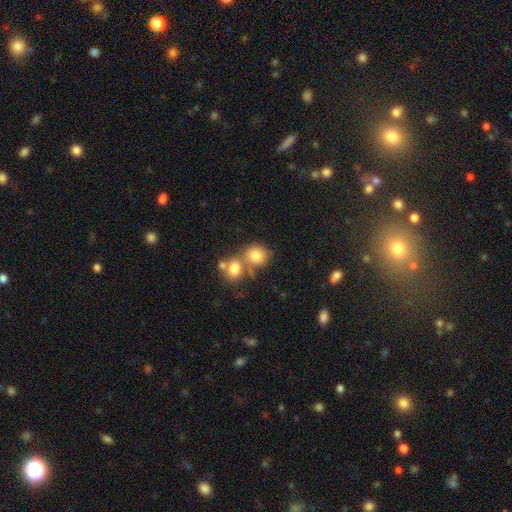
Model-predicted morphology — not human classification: The model was most divided on "merging": merger: 48%, none: 38%, minor disturbance: 9%, major disturbance: 5%. More confident: smooth or featured — smooth (79%); how rounded — round (76%).